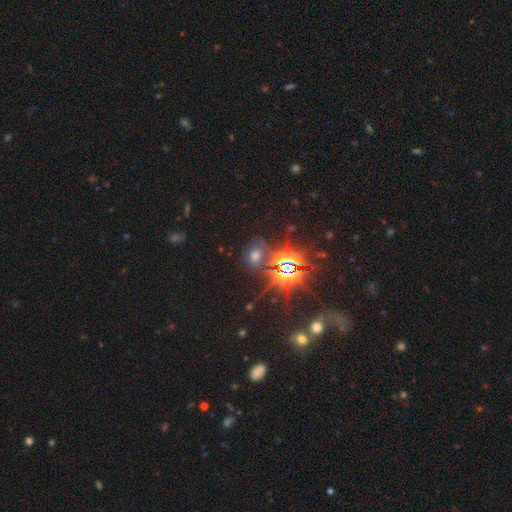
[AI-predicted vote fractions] smooth_or_featured: star or artifact (p=0.60) [alt: smooth p=0.29]